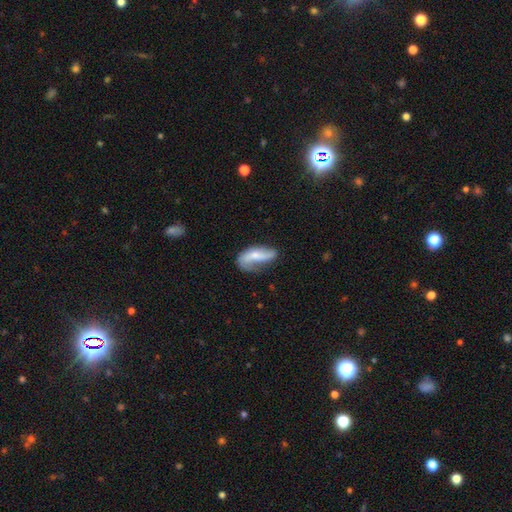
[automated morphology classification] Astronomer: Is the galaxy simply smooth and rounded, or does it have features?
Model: featured or disk — 51% (runner-up: smooth, 42%).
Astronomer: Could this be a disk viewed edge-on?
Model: no — 87%.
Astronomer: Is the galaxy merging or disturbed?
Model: none — 41% (runner-up: minor disturbance, 33%).